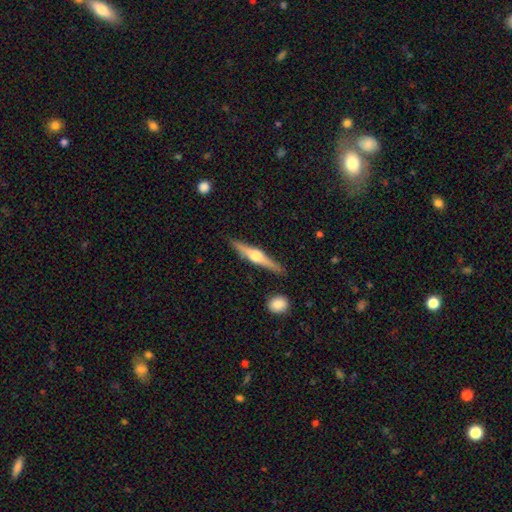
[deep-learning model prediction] smooth-or-featured: featured or disk: 72% | smooth: 23% | star or artifact: 5%
  disk-edge-on: yes: 98% | no: 2%
    edge-on-bulge: rounded: 93% | boxy: 5% | none: 2%
  merging: none: 88% | minor disturbance: 8% | merger: 2% | major disturbance: 2%